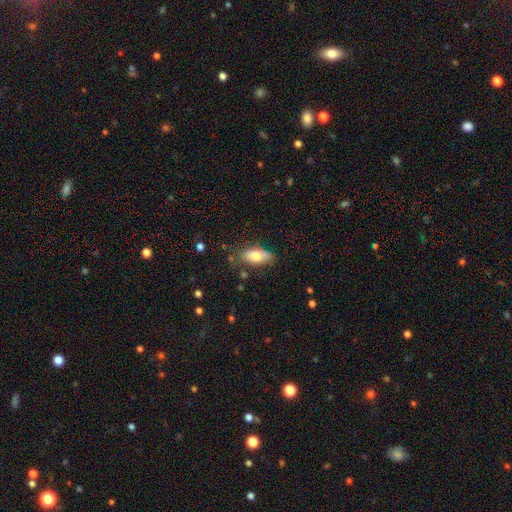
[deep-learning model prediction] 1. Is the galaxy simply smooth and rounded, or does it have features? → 75% smooth, 18% featured or disk, 7% star or artifact.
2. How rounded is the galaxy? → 86% in between, 11% cigar-shaped, 3% round.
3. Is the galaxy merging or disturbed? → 73% none, 20% minor disturbance, 4% major disturbance, 3% merger.